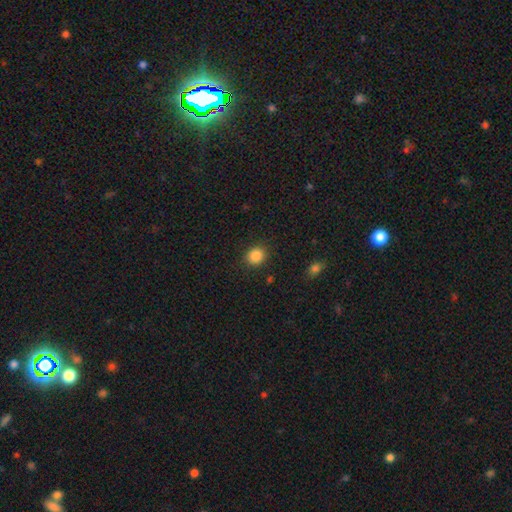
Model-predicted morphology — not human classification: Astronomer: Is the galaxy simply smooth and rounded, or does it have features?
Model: smooth — 87%.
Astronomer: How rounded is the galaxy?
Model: round — 79%.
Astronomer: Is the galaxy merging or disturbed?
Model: none — 88%.